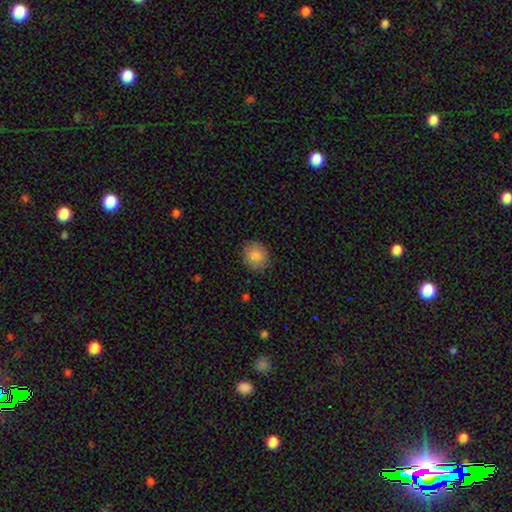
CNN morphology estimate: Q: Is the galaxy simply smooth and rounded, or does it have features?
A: smooth — 87%.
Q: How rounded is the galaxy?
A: round — 78%.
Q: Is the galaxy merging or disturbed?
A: none — 86%.